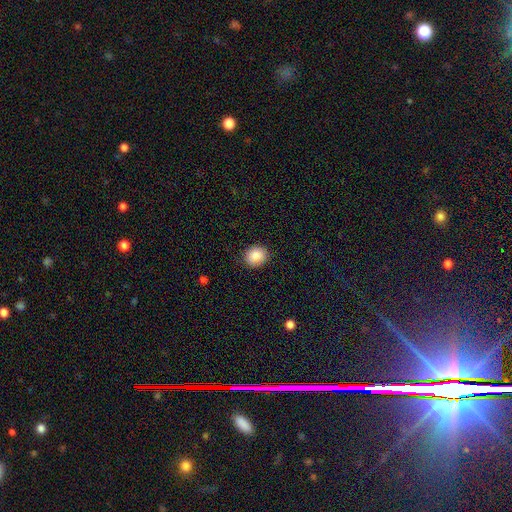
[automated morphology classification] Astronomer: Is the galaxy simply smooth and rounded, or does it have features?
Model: smooth — 88%.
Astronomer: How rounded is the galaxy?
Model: round — 74%.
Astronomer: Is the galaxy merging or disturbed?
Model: none — 89%.